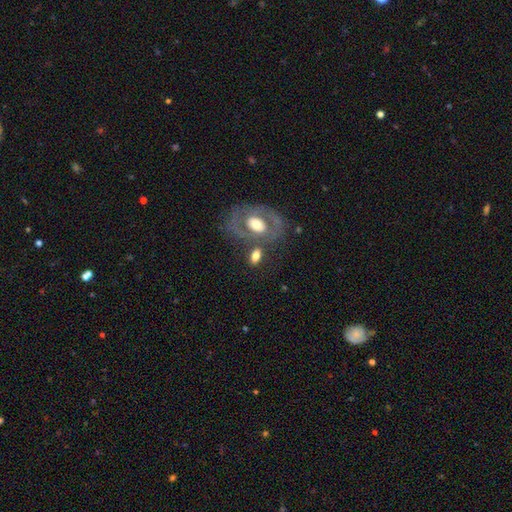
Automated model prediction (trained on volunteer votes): Smooth or featured? smooth (56%)
How rounded? in between (80%)
Merging? none (62%)